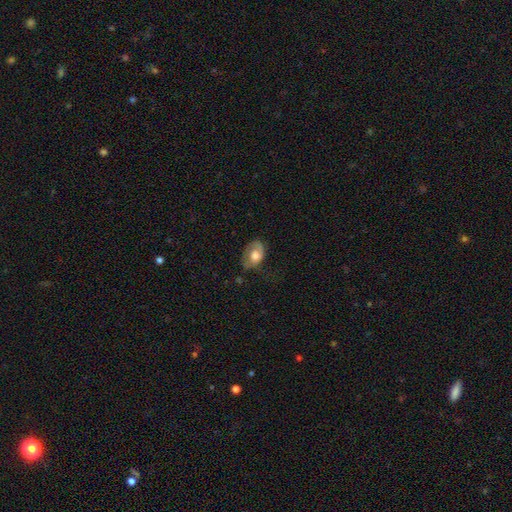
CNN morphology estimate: smooth_or_featured: smooth (p=0.50) [alt: featured or disk p=0.42]
how_rounded: in between (p=0.80) [alt: round p=0.18]
merging: none (p=0.44) [alt: minor disturbance p=0.31]